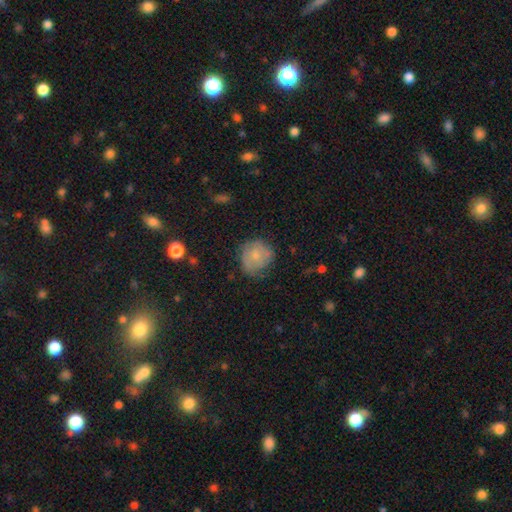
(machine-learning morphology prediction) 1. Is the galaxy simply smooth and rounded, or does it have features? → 65% smooth, 26% featured or disk, 8% star or artifact.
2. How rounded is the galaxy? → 82% round, 17% in between, 1% cigar-shaped.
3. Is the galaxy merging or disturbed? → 63% none, 26% minor disturbance, 9% major disturbance, 2% merger.